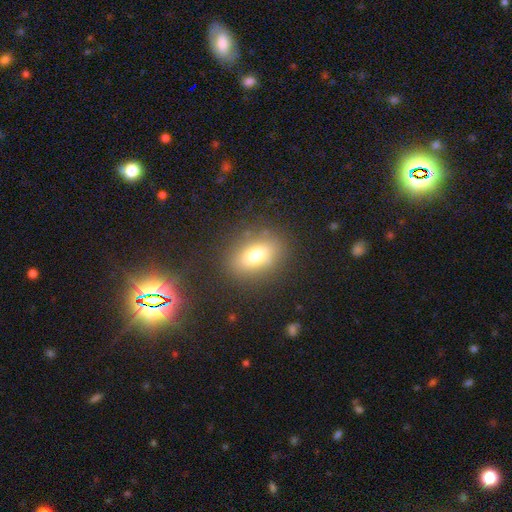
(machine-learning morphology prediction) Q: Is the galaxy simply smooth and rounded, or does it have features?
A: smooth — 74%.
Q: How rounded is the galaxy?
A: in between — 77%.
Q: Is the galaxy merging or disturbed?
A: none — 83%.